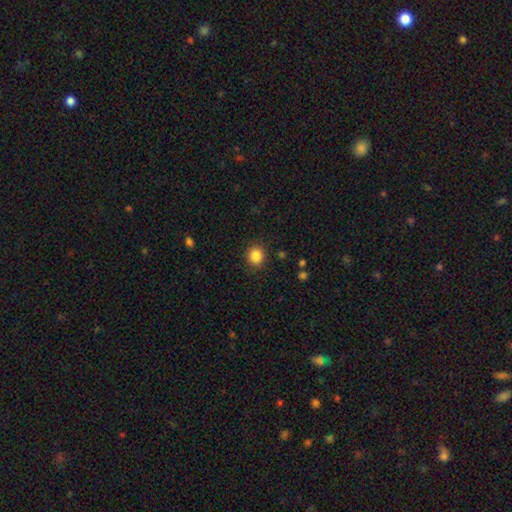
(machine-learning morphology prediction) smooth 86%, star or artifact 11%, featured or disk 4%. Down the decision tree: how rounded — round (89%); merging — none (89%).